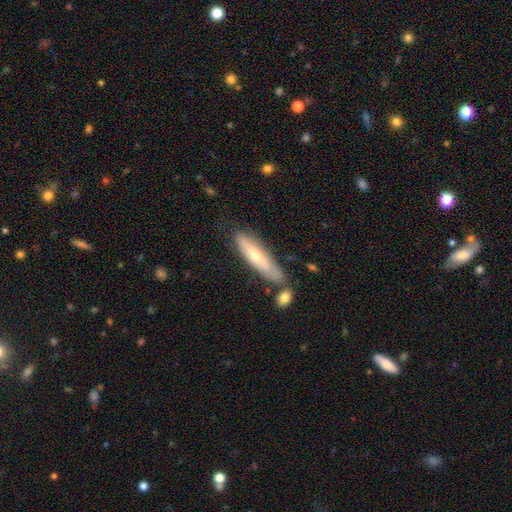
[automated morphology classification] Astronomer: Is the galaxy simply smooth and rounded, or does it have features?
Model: smooth — 54% (runner-up: featured or disk, 40%).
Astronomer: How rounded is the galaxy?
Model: cigar-shaped — 76%.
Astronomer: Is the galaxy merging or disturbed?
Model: none — 70%.